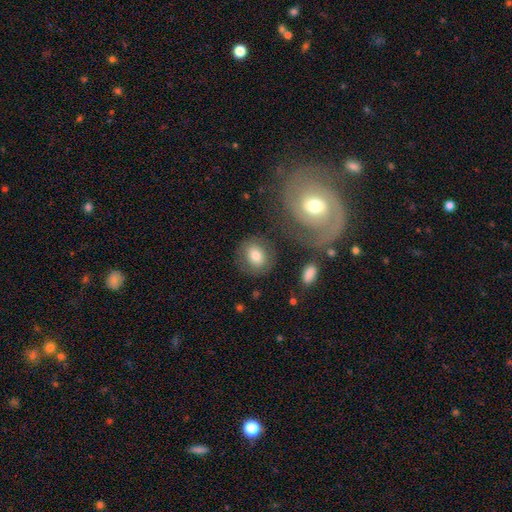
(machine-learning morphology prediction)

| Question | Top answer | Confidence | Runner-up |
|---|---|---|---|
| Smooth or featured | smooth | 75% | featured or disk (16%) |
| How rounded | round | 59% | in between (39%) |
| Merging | none | 74% | minor disturbance (13%) |